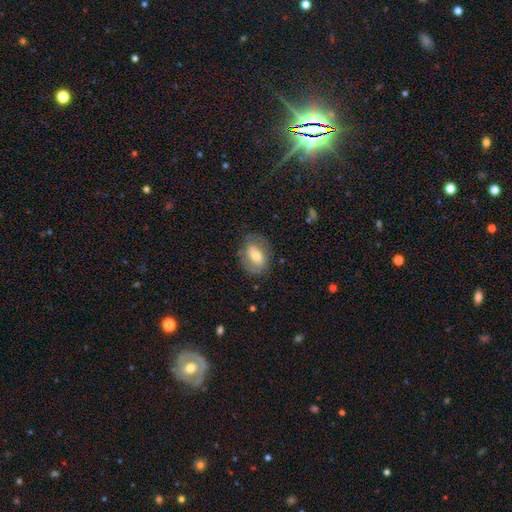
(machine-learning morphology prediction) smooth_or_featured: smooth (p=0.52) [alt: featured or disk p=0.41]
how_rounded: in between (p=0.80) [alt: round p=0.17]
merging: none (p=0.73) [alt: minor disturbance p=0.17]